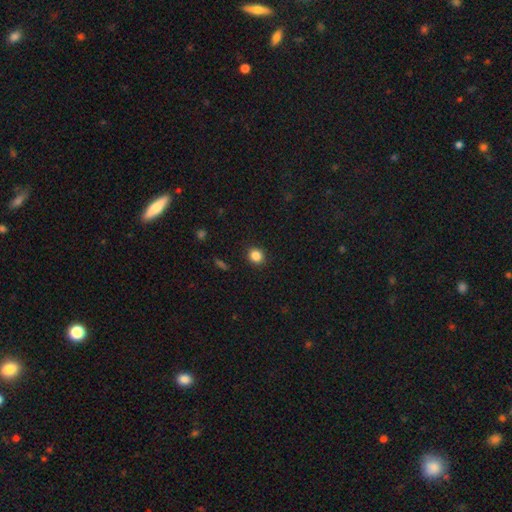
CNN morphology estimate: Smooth or featured? Predicted: smooth (p=0.85). How rounded? Predicted: round (p=0.83). Merging? Predicted: none (p=0.91).